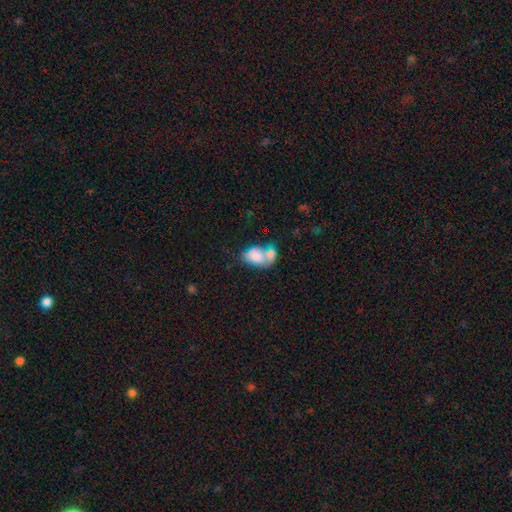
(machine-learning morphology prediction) This appears to be a smooth galaxy with no disk features (75%) that is in between round and cigar-shaped (81%). Merging: merger (60%).